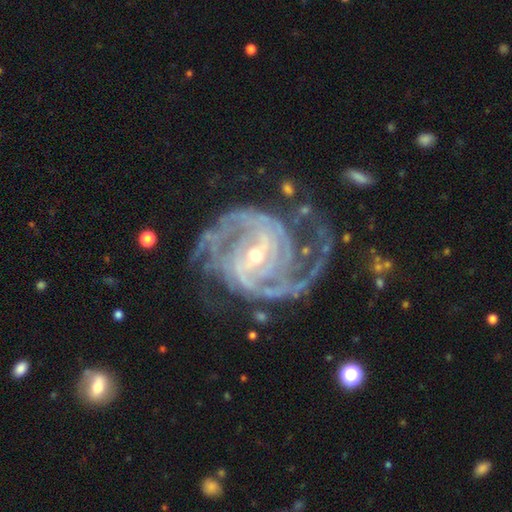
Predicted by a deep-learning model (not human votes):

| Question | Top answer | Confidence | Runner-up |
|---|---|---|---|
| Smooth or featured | featured or disk | 93% | star or artifact (5%) |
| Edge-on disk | no | 98% | yes (2%) |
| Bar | weak | 44% | strong (35%) |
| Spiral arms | yes | 98% | no (2%) |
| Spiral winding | tight | 56% | medium (36%) |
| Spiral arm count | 2 | 38% | 3 (19%) |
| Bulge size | small | 57% | moderate (39%) |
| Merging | none | 63% | minor disturbance (18%) |